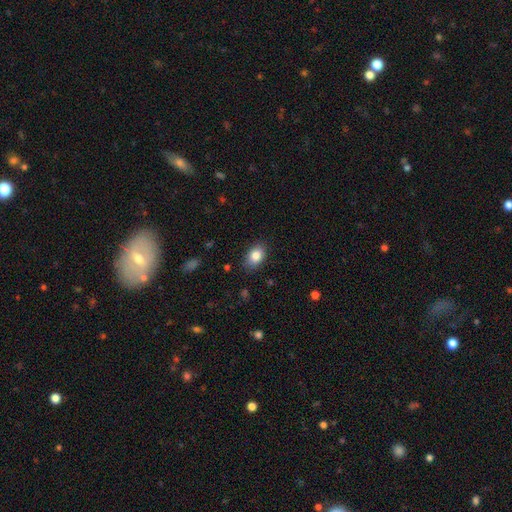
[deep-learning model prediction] smooth 84%, star or artifact 8%, featured or disk 8%. Down the decision tree: how rounded — in between (81%); merging — none (84%).